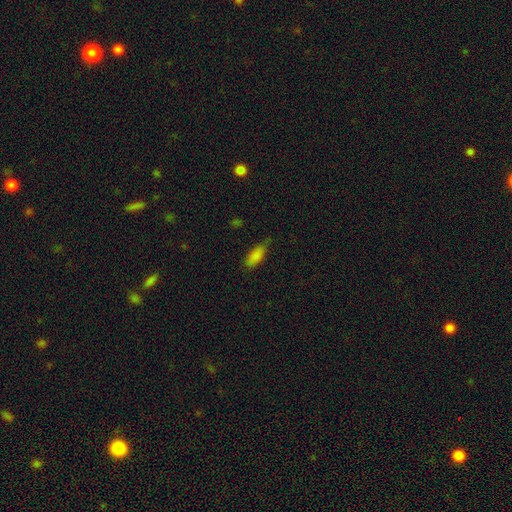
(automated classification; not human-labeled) Overall: smooth (83%). How rounded: in between (75%). Merging: none (67%).